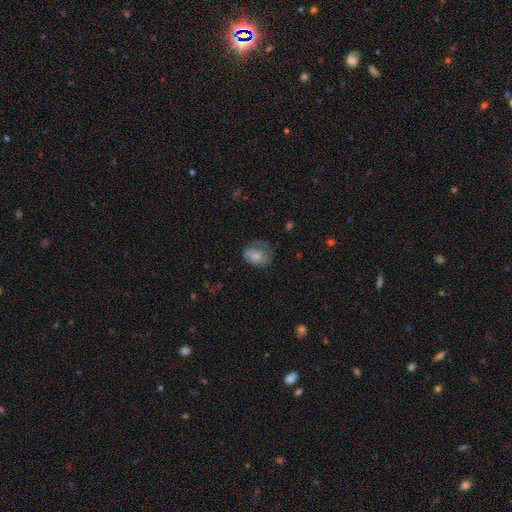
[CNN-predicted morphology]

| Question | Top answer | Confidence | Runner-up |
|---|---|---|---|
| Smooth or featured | smooth | 60% | featured or disk (32%) |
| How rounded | in between | 57% | round (42%) |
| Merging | none | 49% | minor disturbance (29%) |